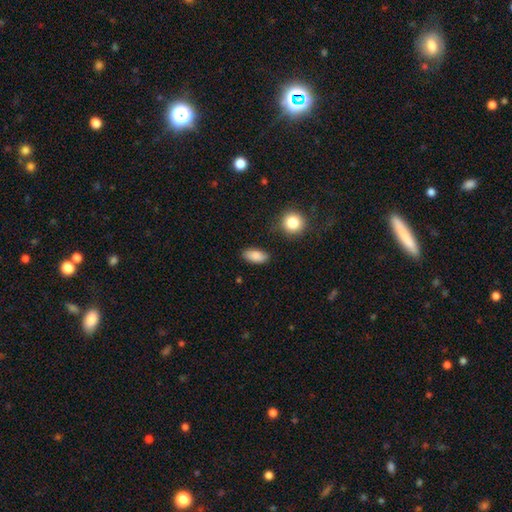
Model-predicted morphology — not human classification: smooth_or_featured: smooth (p=0.86) [alt: star or artifact p=0.08]
how_rounded: in between (p=0.89) [alt: cigar-shaped p=0.06]
merging: none (p=0.84) [alt: minor disturbance p=0.11]